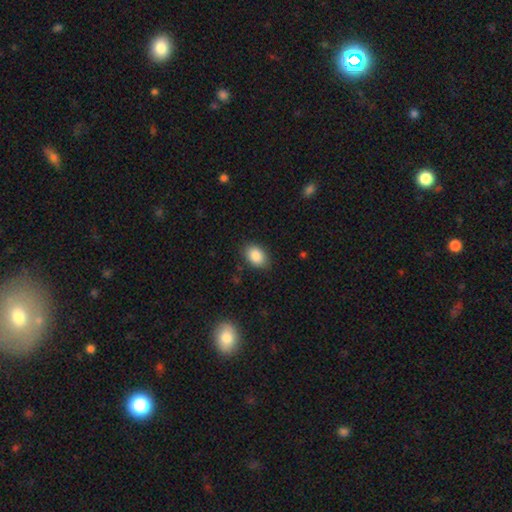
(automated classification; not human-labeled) Smooth or featured? smooth (87%)
How rounded? in between (83%)
Merging? none (85%)